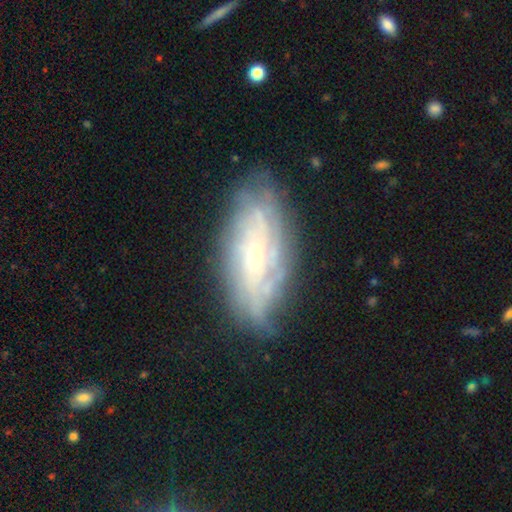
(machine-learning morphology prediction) type=featured or disk (75%); edge-on=no (85%); bar=no (66%); spiral arms=yes (85%); winding=tight (67%); arm count=can't tell (58%); bulge=small (73%); merging=none (75%).